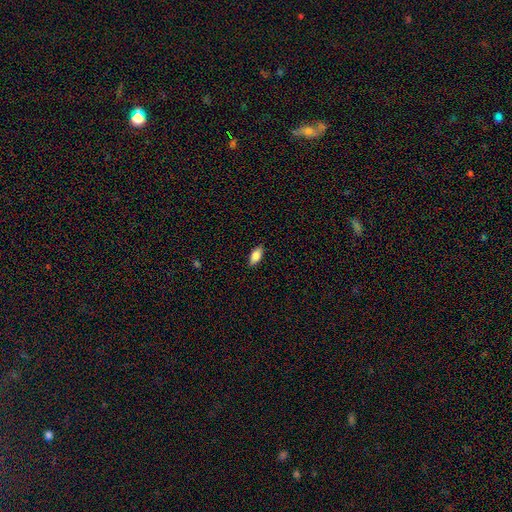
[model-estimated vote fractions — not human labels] Q: Smooth or featured?
A: smooth (81%); runner-up: featured or disk (11%)
Q: How rounded?
A: in between (85%); runner-up: cigar-shaped (12%)
Q: Merging?
A: none (87%); runner-up: minor disturbance (10%)